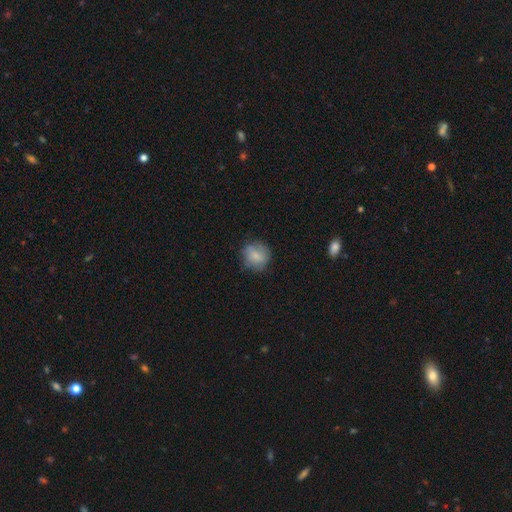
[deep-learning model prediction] The model was most divided on "merging": none: 73%, minor disturbance: 19%, major disturbance: 6%, merger: 1%. More confident: how rounded — round (80%); smooth or featured — smooth (76%).